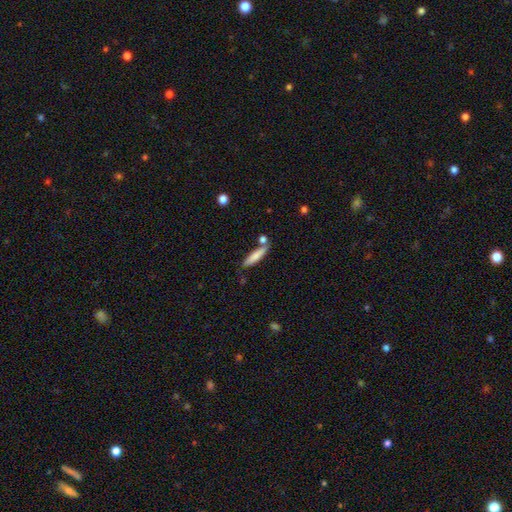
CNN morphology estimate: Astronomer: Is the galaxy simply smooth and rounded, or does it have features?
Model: smooth — 77%.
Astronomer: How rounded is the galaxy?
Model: cigar-shaped — 81%.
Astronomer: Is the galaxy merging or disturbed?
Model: none — 72%.